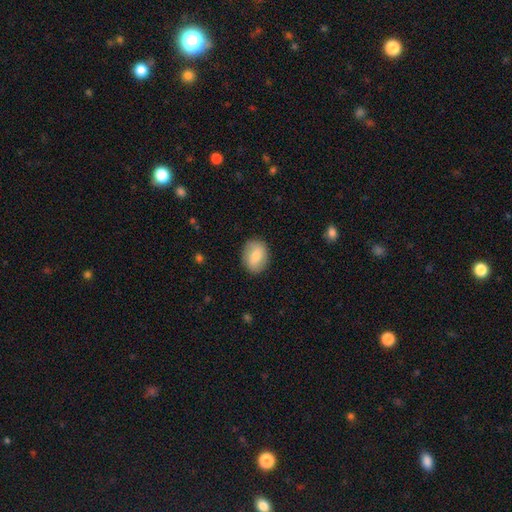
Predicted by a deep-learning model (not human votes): Smooth or featured: smooth — 74% (featured or disk — 19%)
How rounded: in between — 62% (round — 36%)
Merging: none — 86% (minor disturbance — 10%)